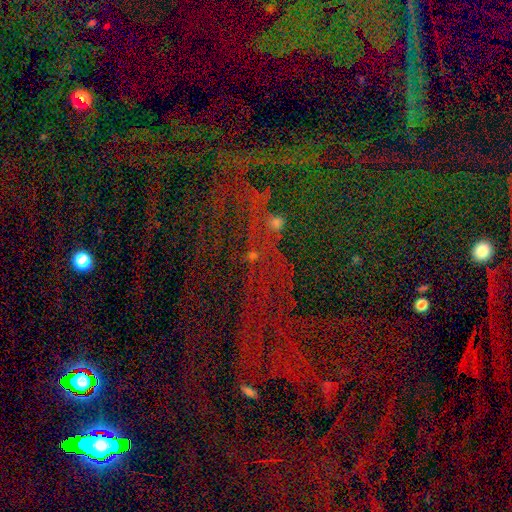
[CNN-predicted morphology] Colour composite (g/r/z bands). It shows a star or artifact, not a galaxy (74%).